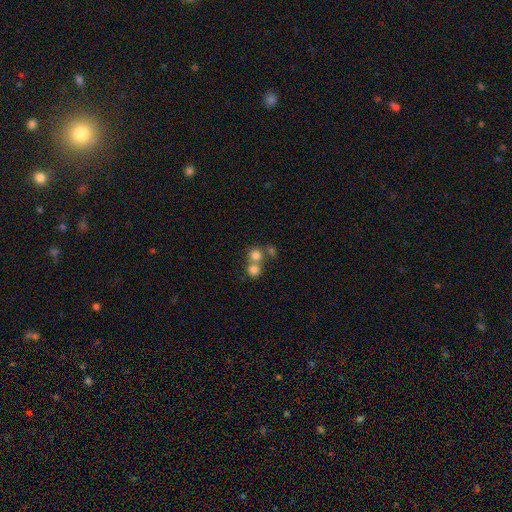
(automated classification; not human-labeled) A smooth galaxy with no disk features (77%) that is round (86%). Merging: merger (48%).